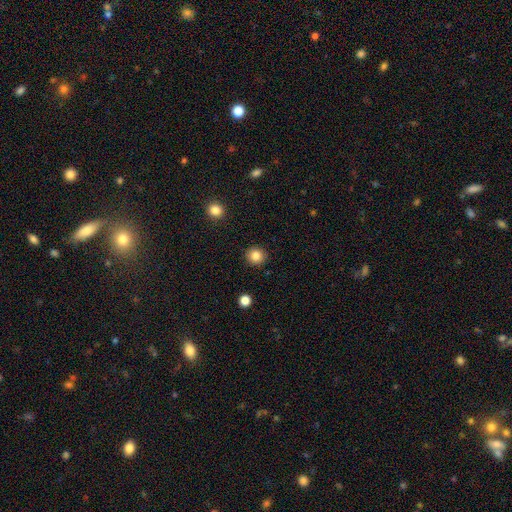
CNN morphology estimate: This is clearly a smooth galaxy (84%). How rounded: clearly round (91%). Merging: clearly none (91%).